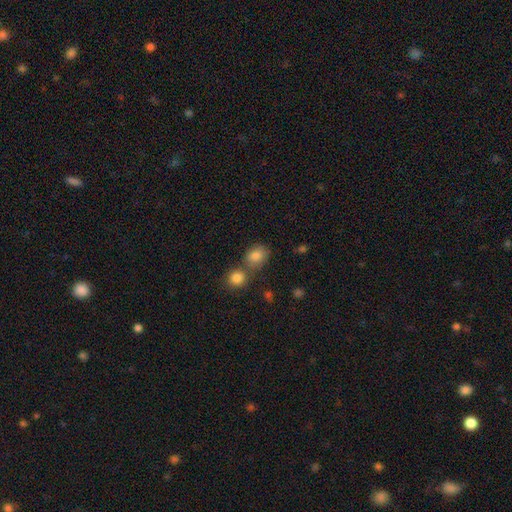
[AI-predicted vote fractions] smooth 82%, star or artifact 10%, featured or disk 7%. Down the decision tree: how rounded — in between (52%); merging — none (54%).